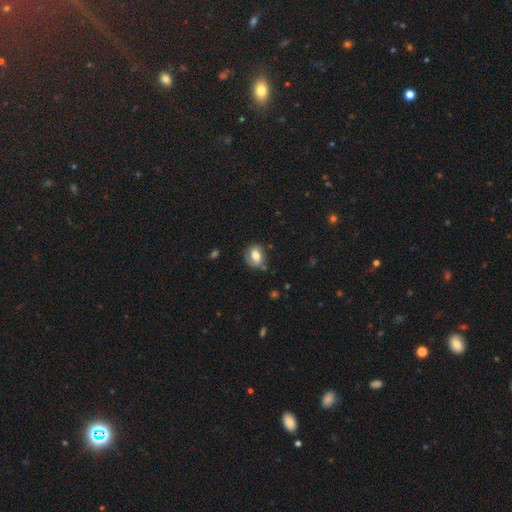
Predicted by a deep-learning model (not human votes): Smooth or featured? Predicted: smooth (p=0.62). How rounded? Predicted: in between (p=0.50). Merging? Predicted: none (p=0.67).